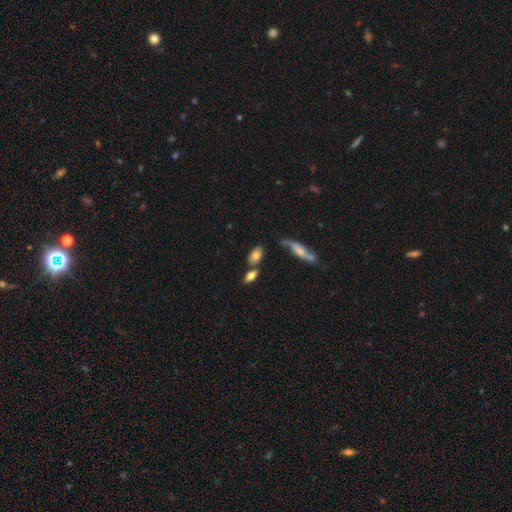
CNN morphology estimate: A smooth galaxy with no disk features (76%) that is in between round and cigar-shaped (88%). Merging: none (57%).